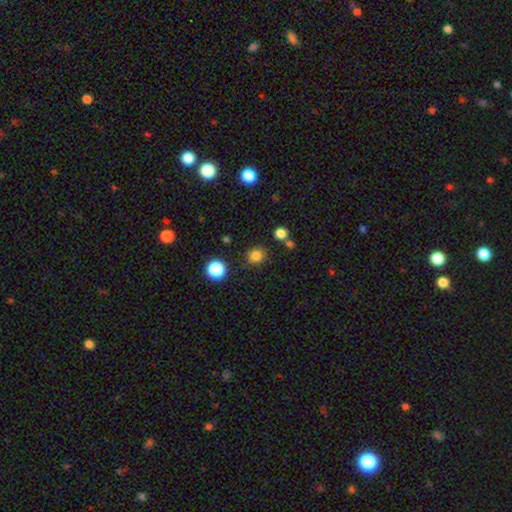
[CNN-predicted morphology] A smooth galaxy with no disk features (81%) that is round (85%). Merging: none (83%).